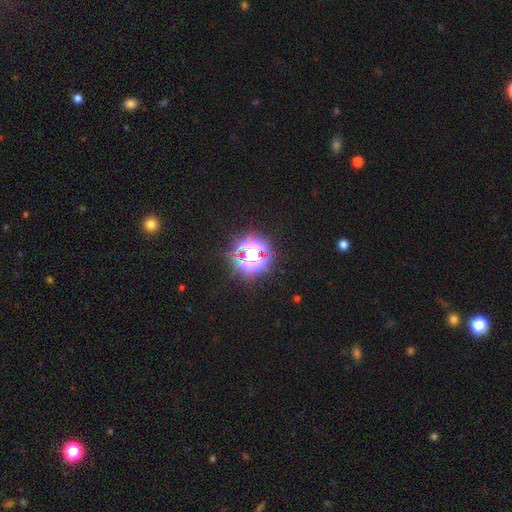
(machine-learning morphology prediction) The model was most divided on "smooth or featured": star or artifact: 68%, smooth: 22%, featured or disk: 10%.